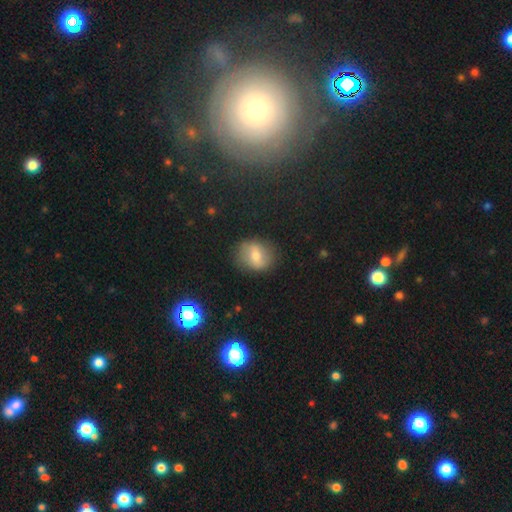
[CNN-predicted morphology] smooth_or_featured: smooth (p=0.52) [alt: featured or disk p=0.38]
how_rounded: round (p=0.60) [alt: in between p=0.39]
merging: none (p=0.81) [alt: minor disturbance p=0.13]